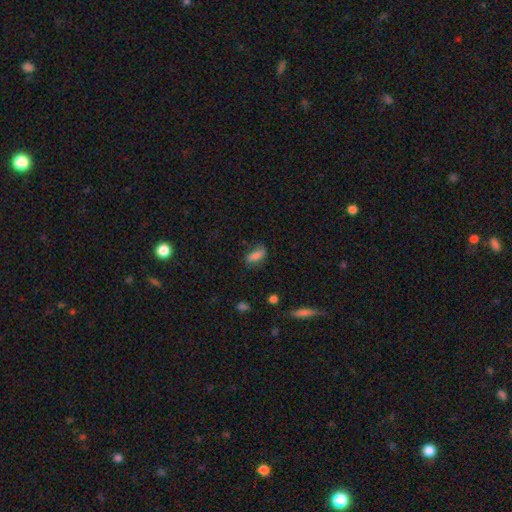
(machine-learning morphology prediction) type=smooth (80%); roundness=in between (78%); merging=none (65%).